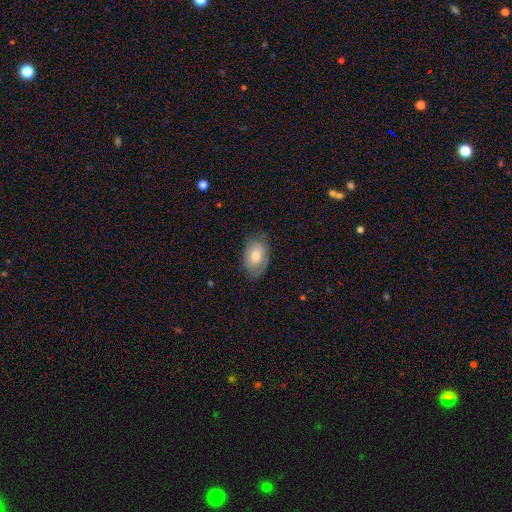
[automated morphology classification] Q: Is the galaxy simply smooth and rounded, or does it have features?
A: smooth — 73%.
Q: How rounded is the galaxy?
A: in between — 91%.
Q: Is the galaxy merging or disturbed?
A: none — 74%.